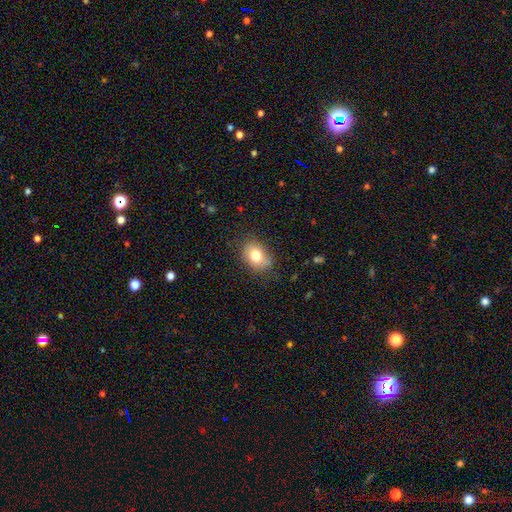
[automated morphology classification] smooth 78%, featured or disk 13%, star or artifact 9%. Down the decision tree: how rounded — in between (68%); merging — none (76%).